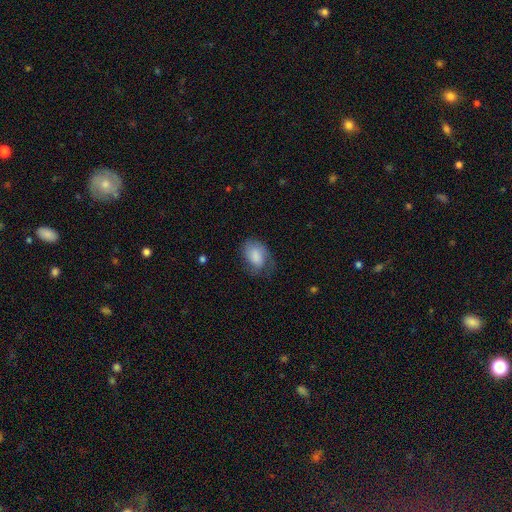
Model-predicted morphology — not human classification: Q: Smooth or featured?
A: smooth (68%); runner-up: featured or disk (25%)
Q: How rounded?
A: in between (82%); runner-up: round (17%)
Q: Merging?
A: none (45%); runner-up: minor disturbance (31%)